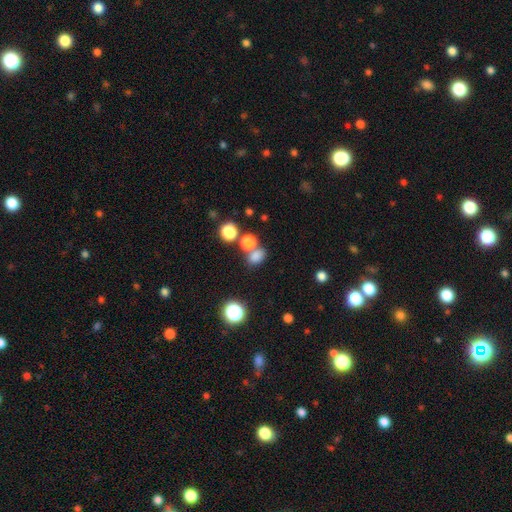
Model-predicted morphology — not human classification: type=smooth (77%); roundness=in between (61%); merging=none (56%).